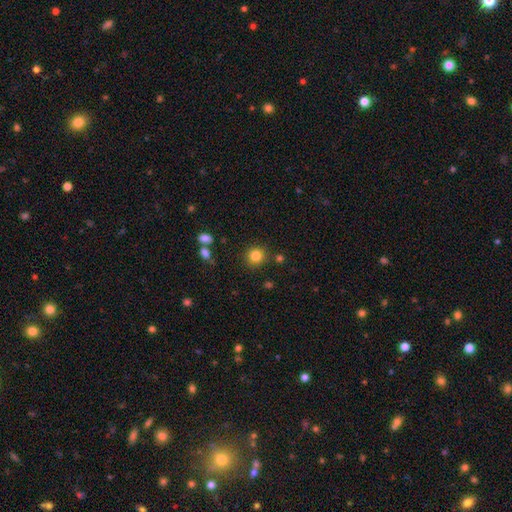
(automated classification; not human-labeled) Overall: smooth (83%). How rounded: round (92%). Merging: none (87%).